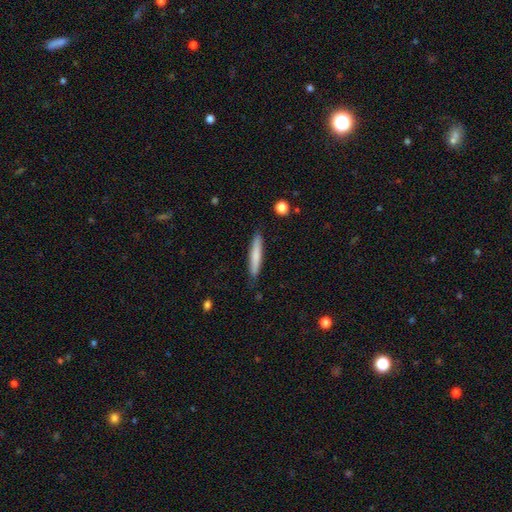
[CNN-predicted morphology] smooth-or-featured: smooth: 74% | featured or disk: 20% | star or artifact: 6%
  how-rounded: cigar-shaped: 93% | in between: 6% | round: 1%
  merging: none: 85% | minor disturbance: 11% | major disturbance: 2% | merger: 1%